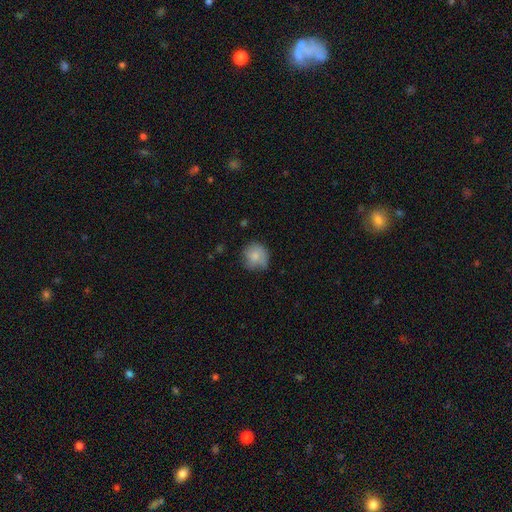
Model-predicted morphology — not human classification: type=smooth (75%); roundness=round (87%); merging=none (62%).